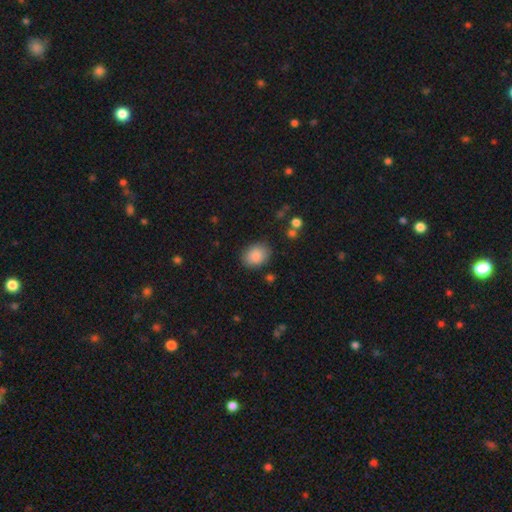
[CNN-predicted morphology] smooth_or_featured: smooth (p=0.88) [alt: star or artifact p=0.08]
how_rounded: in between (p=0.62) [alt: round p=0.37]
merging: none (p=0.83) [alt: minor disturbance p=0.12]